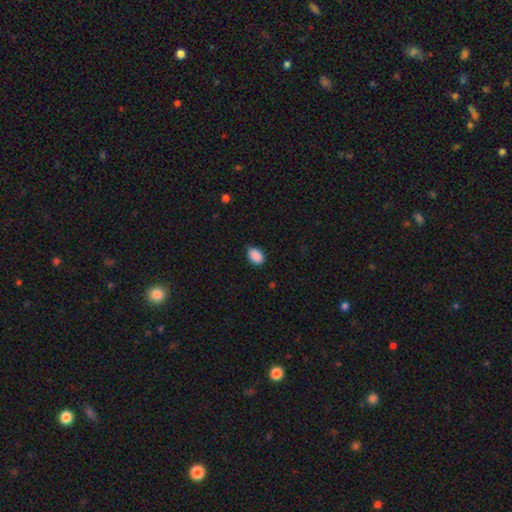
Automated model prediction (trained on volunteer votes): Q: Smooth or featured?
A: smooth (90%); runner-up: star or artifact (7%)
Q: How rounded?
A: in between (87%); runner-up: round (12%)
Q: Merging?
A: none (78%); runner-up: minor disturbance (18%)